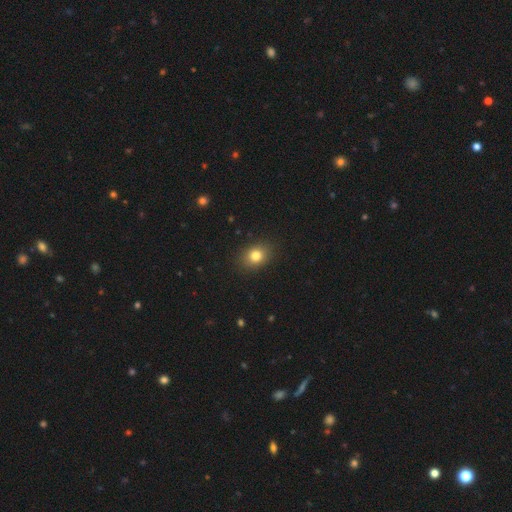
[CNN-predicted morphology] Smooth or featured? Predicted: smooth (p=0.81). How rounded? Predicted: in between (p=0.53). Merging? Predicted: none (p=0.88).